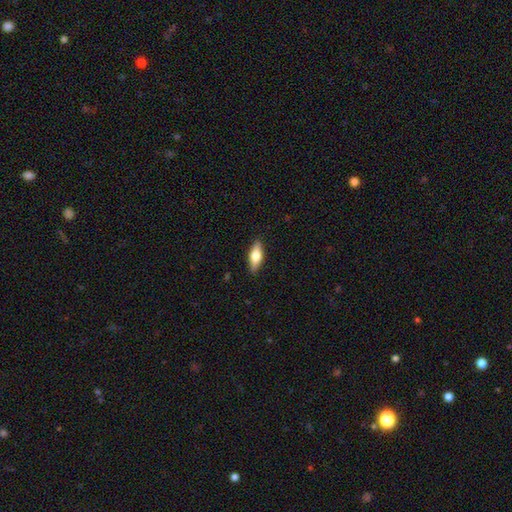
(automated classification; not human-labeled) This appears to be a smooth galaxy with no disk features (61%) that is in between round and cigar-shaped (67%). Merging: none (88%).